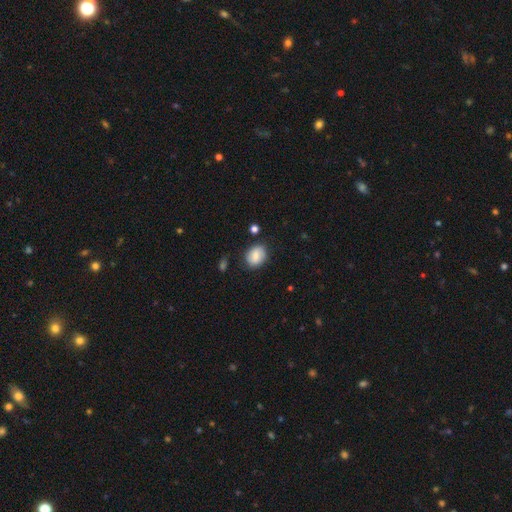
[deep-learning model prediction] smooth_or_featured: smooth (p=0.78) [alt: featured or disk p=0.14]
how_rounded: in between (p=0.53) [alt: round p=0.46]
merging: none (p=0.78) [alt: minor disturbance p=0.15]